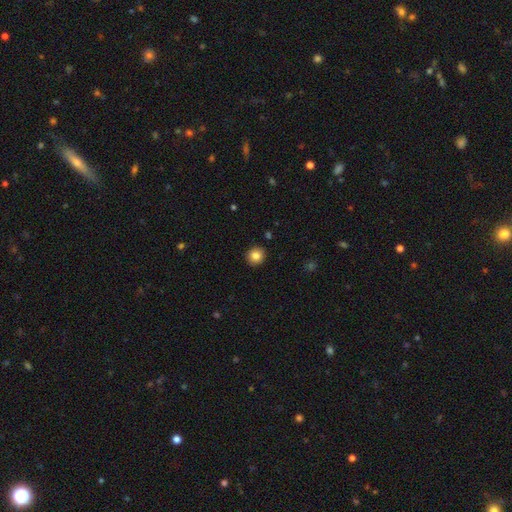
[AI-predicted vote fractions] This is clearly a smooth galaxy (83%). How rounded: clearly round (90%). Merging: clearly none (92%).